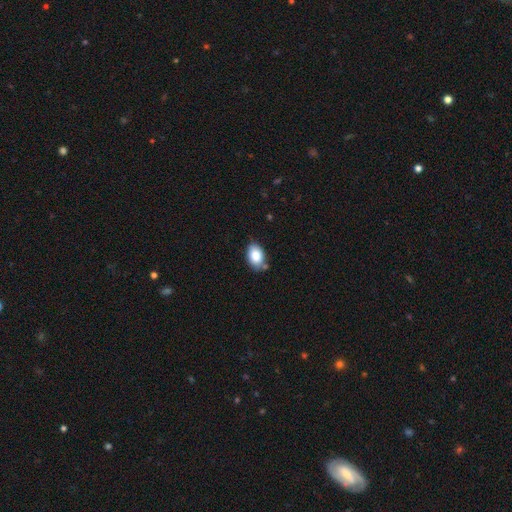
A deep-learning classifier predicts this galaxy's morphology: smooth_or_featured: smooth (p=0.84) [alt: featured or disk p=0.09]
how_rounded: in between (p=0.85) [alt: round p=0.14]
merging: none (p=0.72) [alt: minor disturbance p=0.19]